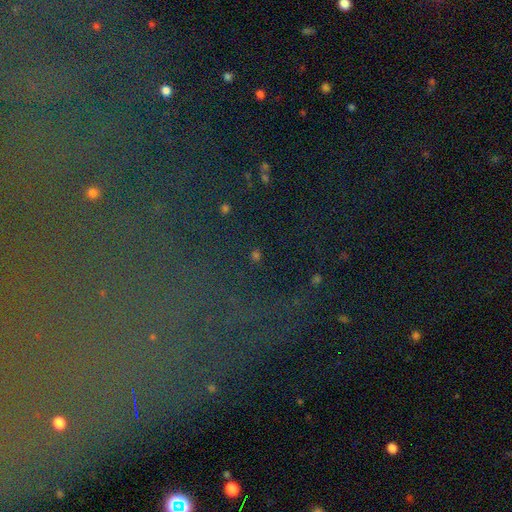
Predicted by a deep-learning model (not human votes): star or artifact 62%, smooth 29%, featured or disk 9%.